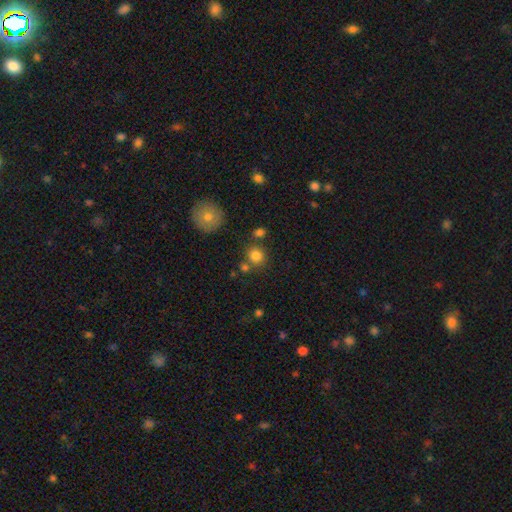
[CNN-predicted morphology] smooth_or_featured: smooth (p=0.81) [alt: star or artifact p=0.12]
how_rounded: round (p=0.88) [alt: in between p=0.11]
merging: none (p=0.71) [alt: merger p=0.16]